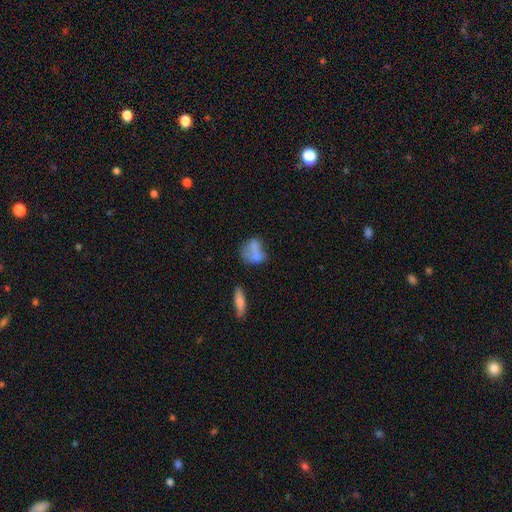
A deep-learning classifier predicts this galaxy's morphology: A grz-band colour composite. It shows a smooth galaxy with no disk features (65%) that is in between round and cigar-shaped (60%). Merging: none (41%).